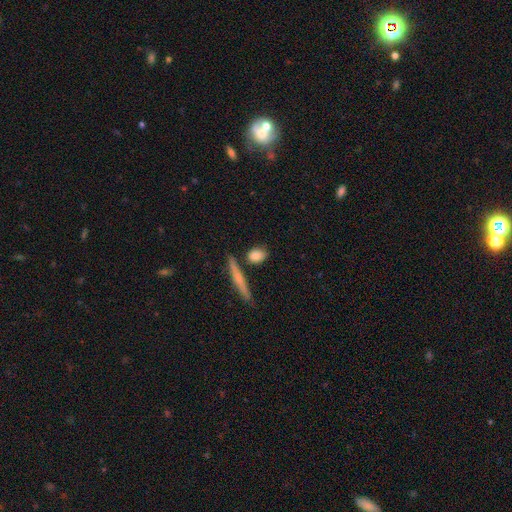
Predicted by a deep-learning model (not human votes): Smooth or featured? smooth (81%)
How rounded? in between (50%)
Merging? none (75%)